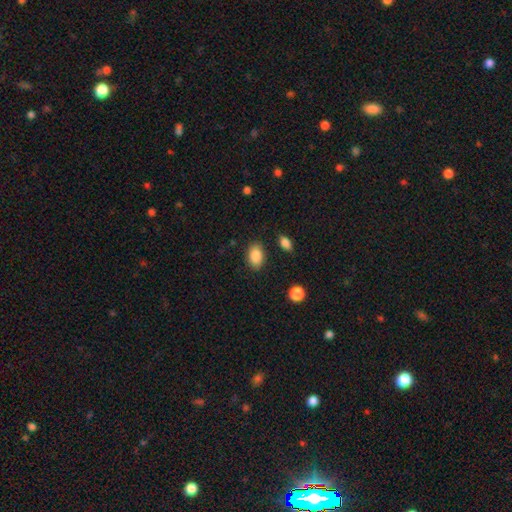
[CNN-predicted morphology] smooth 87%, star or artifact 8%, featured or disk 5%. Down the decision tree: how rounded — in between (88%); merging — none (85%).